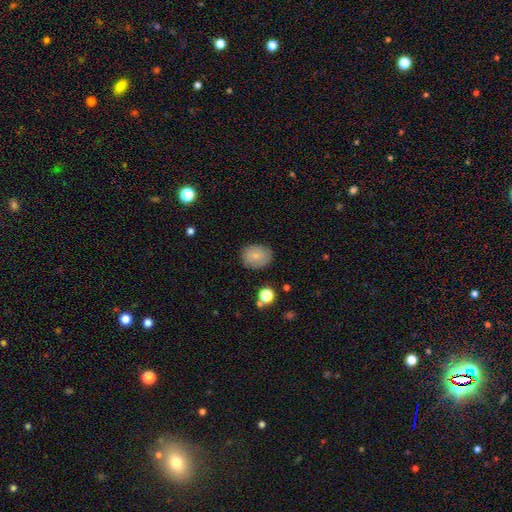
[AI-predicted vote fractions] Smooth or featured? smooth (80%)
How rounded? round (51%)
Merging? none (82%)